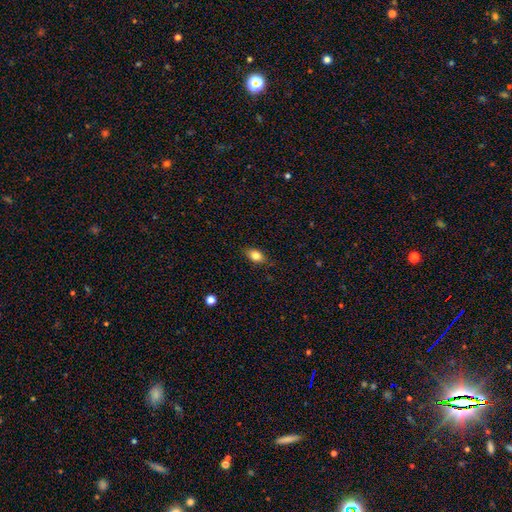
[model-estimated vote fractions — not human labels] Smooth or featured?
  - smooth: 80% *
  - featured or disk: 11%
  - star or artifact: 9%
How rounded?
  - in between: 81% *
  - round: 15%
  - cigar-shaped: 5%
Merging?
  - none: 82% *
  - minor disturbance: 14%
  - major disturbance: 3%
  - merger: 1%